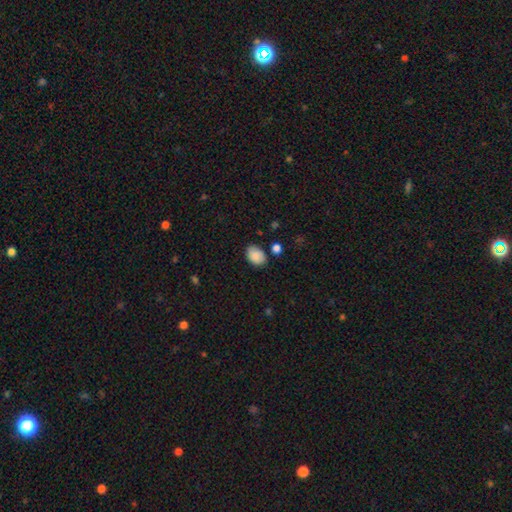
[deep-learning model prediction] A smooth galaxy with no disk features (87%) that is in between round and cigar-shaped (80%). Merging: none (74%).